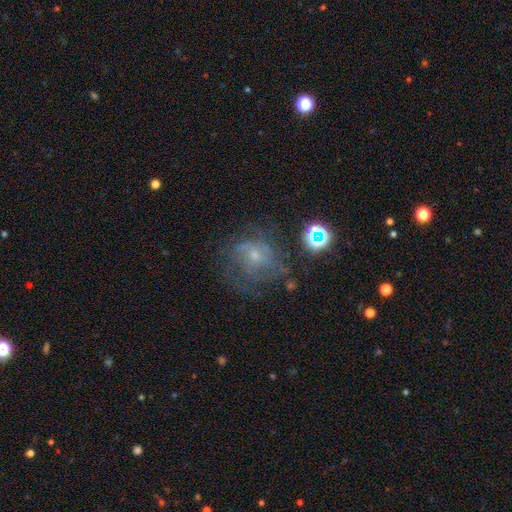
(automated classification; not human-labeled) featured or disk 54%, smooth 24%, star or artifact 22%. Down the decision tree: edge-on disk — no (97%); bar — no (74%); spiral arms — yes (67%); bulge size — small (66%); merging — none (56%).